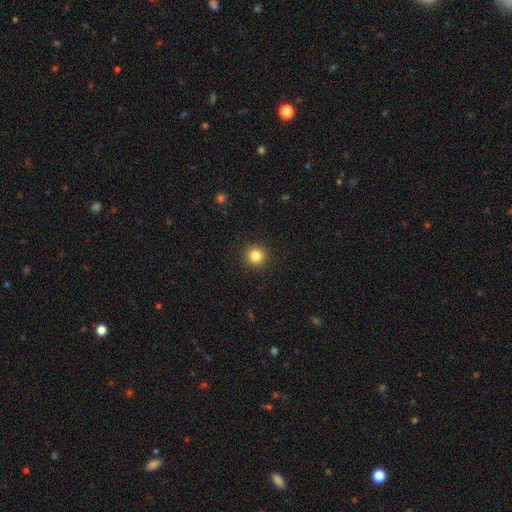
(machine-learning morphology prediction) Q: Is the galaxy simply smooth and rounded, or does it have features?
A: smooth — 84%.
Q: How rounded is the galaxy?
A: round — 94%.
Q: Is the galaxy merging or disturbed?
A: none — 92%.